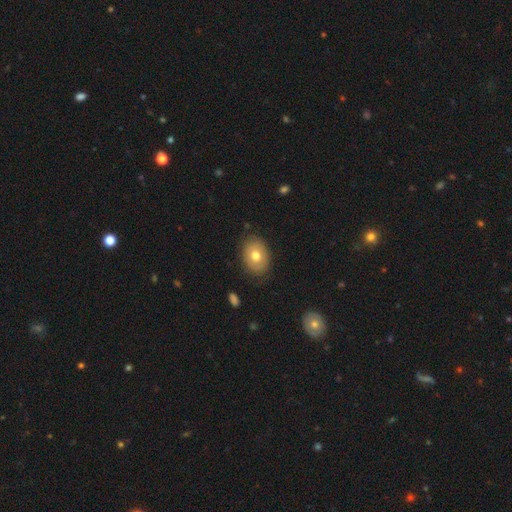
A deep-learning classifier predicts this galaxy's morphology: smooth 73%, featured or disk 19%, star or artifact 8%. Down the decision tree: how rounded — in between (70%); merging — none (84%).